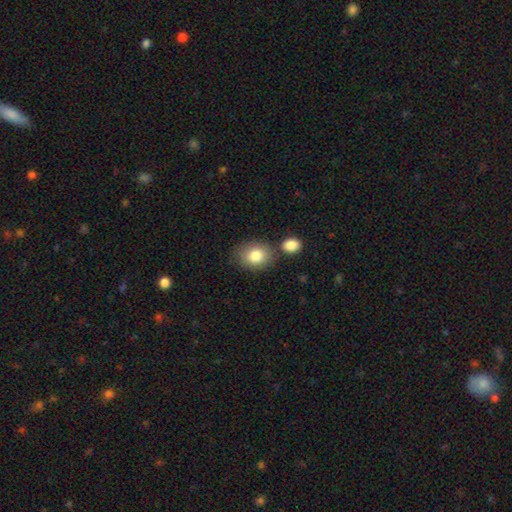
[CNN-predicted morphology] Smooth or featured?
  - smooth: 83% *
  - featured or disk: 9%
  - star or artifact: 8%
How rounded?
  - round: 52% *
  - in between: 47%
  - cigar-shaped: 1%
Merging?
  - none: 69% *
  - merger: 15%
  - minor disturbance: 13%
  - major disturbance: 4%